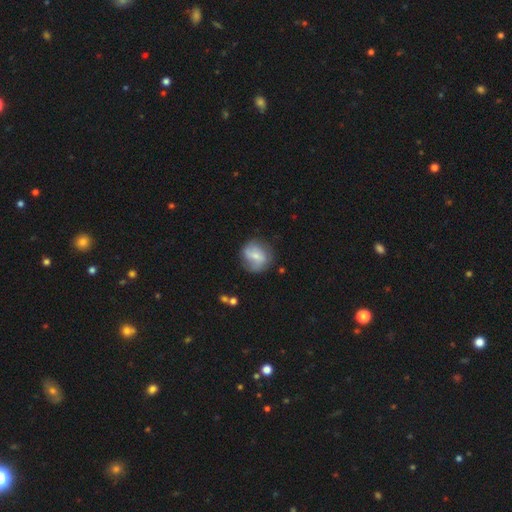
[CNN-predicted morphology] smooth_or_featured: smooth (p=0.51) [alt: featured or disk p=0.42]
how_rounded: round (p=0.77) [alt: in between p=0.21]
merging: none (p=0.67) [alt: minor disturbance p=0.22]